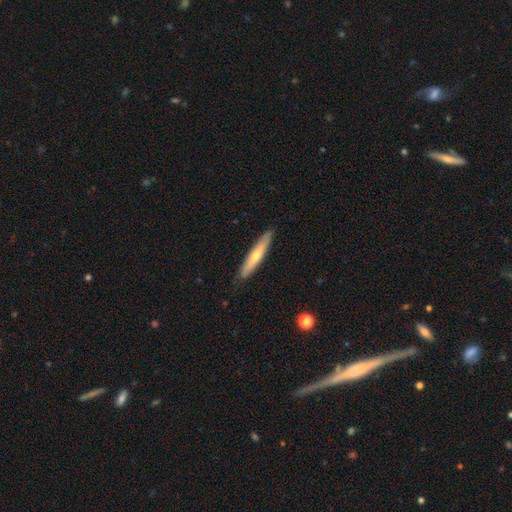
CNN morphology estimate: Smooth or featured? featured or disk (47%)
Merging? none (89%)